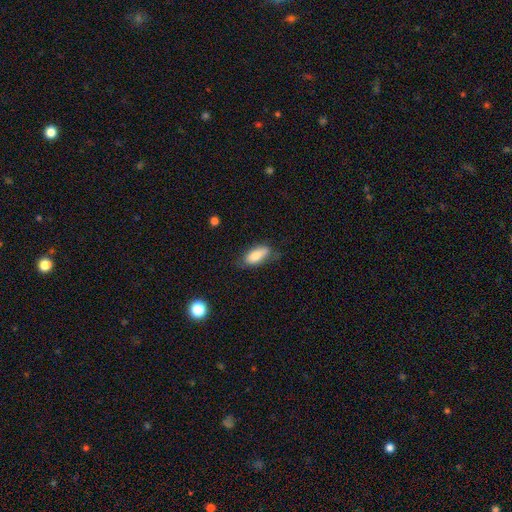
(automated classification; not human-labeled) Smooth or featured? smooth (79%)
How rounded? in between (83%)
Merging? none (66%)